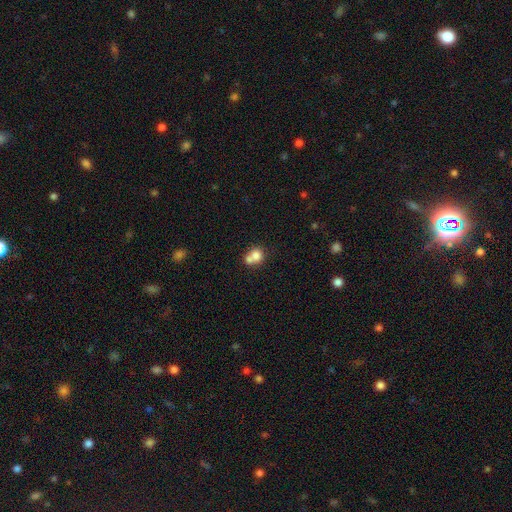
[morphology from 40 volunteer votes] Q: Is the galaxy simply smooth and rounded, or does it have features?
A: smooth — 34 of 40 (85%).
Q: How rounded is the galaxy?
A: round — 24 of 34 (71%).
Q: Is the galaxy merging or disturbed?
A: merger — 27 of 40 (68%).